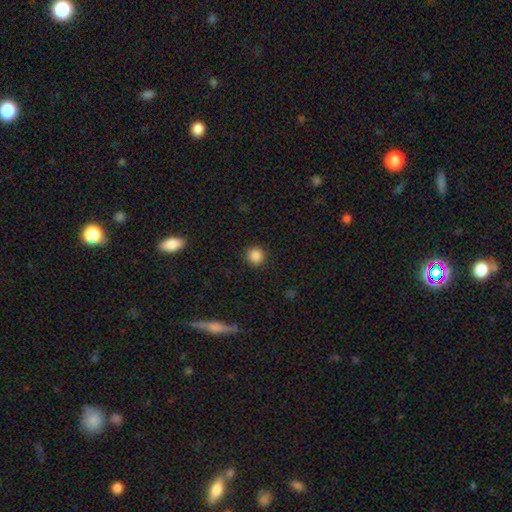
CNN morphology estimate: Smooth or featured? smooth (86%)
How rounded? round (95%)
Merging? none (91%)